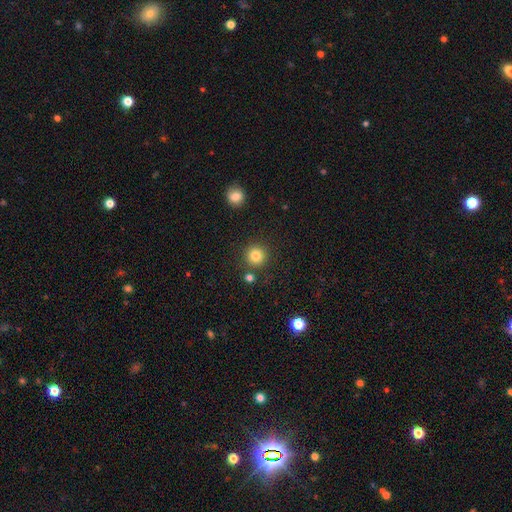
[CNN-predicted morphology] A smooth galaxy with no disk features (84%) that is round (94%).

Vote fractions:
- Smooth or featured? smooth: 84% / star or artifact: 11% / featured or disk: 5%
- How rounded? round: 94% / in between: 5% / cigar-shaped: 1%
- Merging? none: 86% / minor disturbance: 6% / merger: 5% / major disturbance: 3%